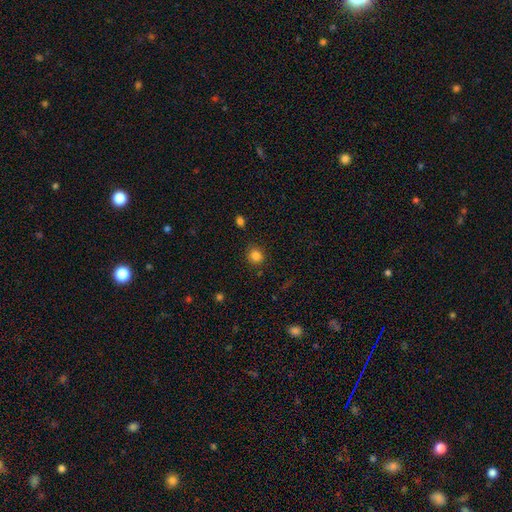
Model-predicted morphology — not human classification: Smooth or featured? Predicted: smooth (p=0.83). How rounded? Predicted: round (p=0.87). Merging? Predicted: none (p=0.87).